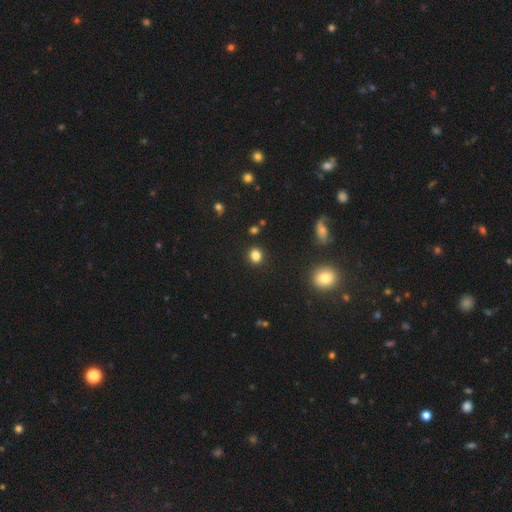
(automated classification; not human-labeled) A smooth galaxy with no disk features (83%) that is round (71%). Merging: none (89%).